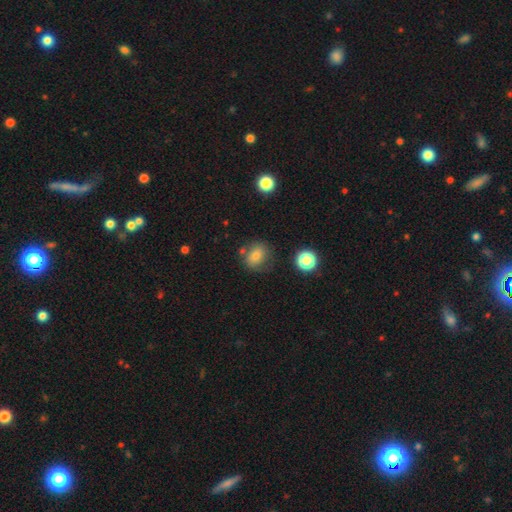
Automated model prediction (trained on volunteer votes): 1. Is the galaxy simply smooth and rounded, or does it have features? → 72% smooth, 14% featured or disk, 13% star or artifact.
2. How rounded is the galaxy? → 63% round, 36% in between, 1% cigar-shaped.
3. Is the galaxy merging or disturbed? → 68% none, 17% minor disturbance, 8% merger, 6% major disturbance.